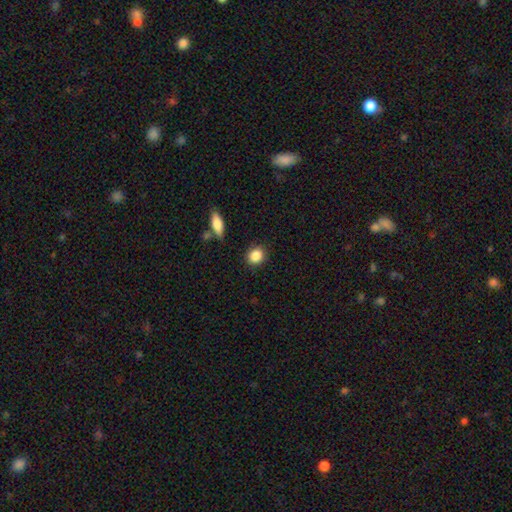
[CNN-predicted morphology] A smooth galaxy with no disk features (87%) that is round (72%). Merging: none (86%).